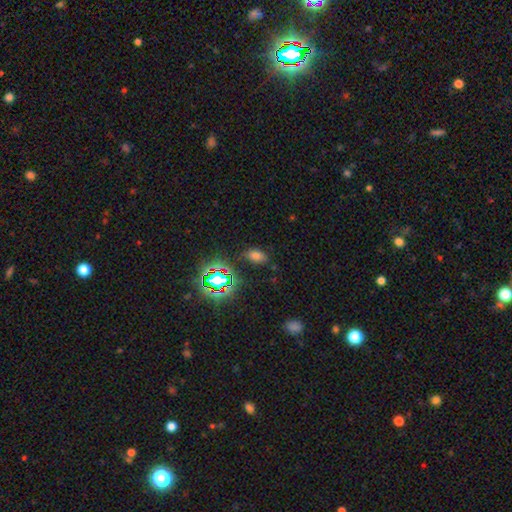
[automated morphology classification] Smooth or featured: smooth — 63% (star or artifact — 30%)
How rounded: in between — 86% (round — 11%)
Merging: none — 78% (minor disturbance — 14%)